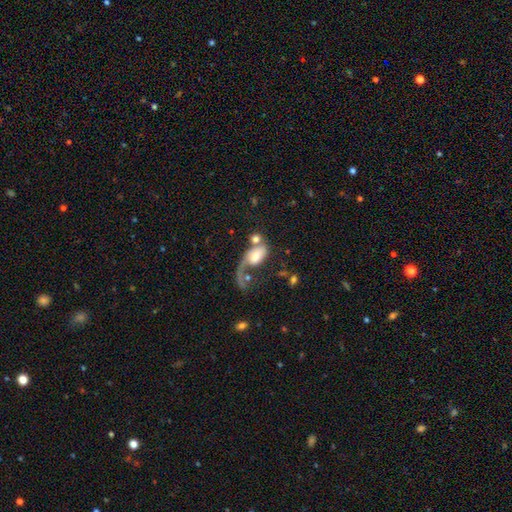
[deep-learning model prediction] Smooth or featured: smooth — 46% (featured or disk — 45%)
Merging: major disturbance — 39% (merger — 33%)